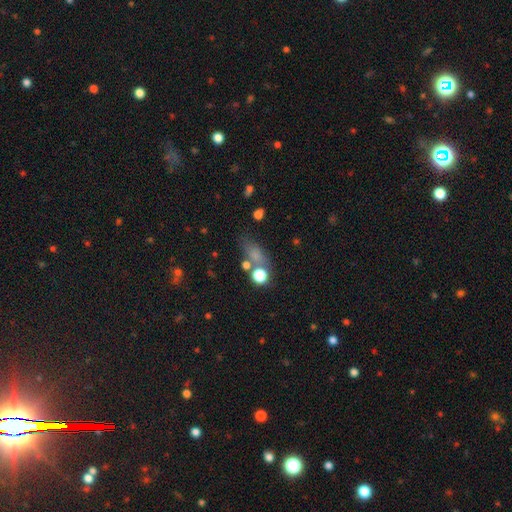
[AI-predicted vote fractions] smooth-or-featured: smooth: 67% | star or artifact: 20% | featured or disk: 13%
  how-rounded: in between: 60% | round: 25% | cigar-shaped: 14%
  merging: none: 58% | minor disturbance: 17% | merger: 15% | major disturbance: 10%